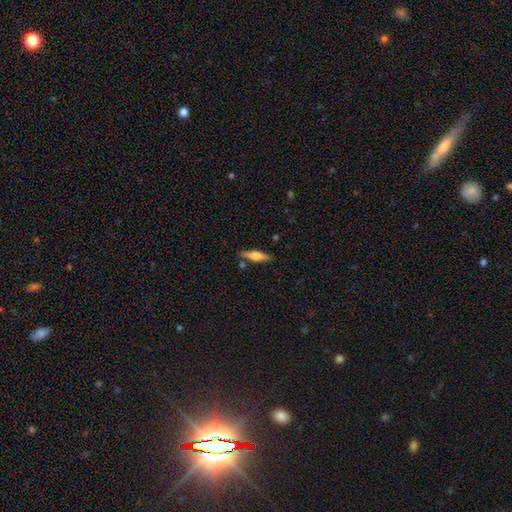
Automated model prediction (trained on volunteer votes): Q: Smooth or featured?
A: smooth (58%); runner-up: featured or disk (36%)
Q: How rounded?
A: cigar-shaped (71%); runner-up: in between (27%)
Q: Merging?
A: none (82%); runner-up: minor disturbance (11%)